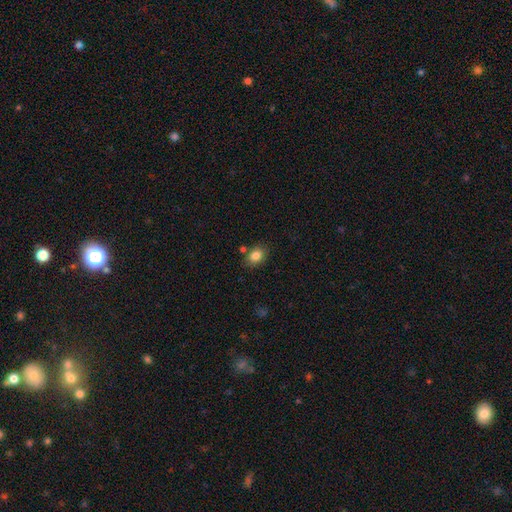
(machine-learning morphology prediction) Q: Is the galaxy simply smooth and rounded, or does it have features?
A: smooth — 83%.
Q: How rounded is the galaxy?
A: in between — 61%.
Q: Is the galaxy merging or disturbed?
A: none — 77%.